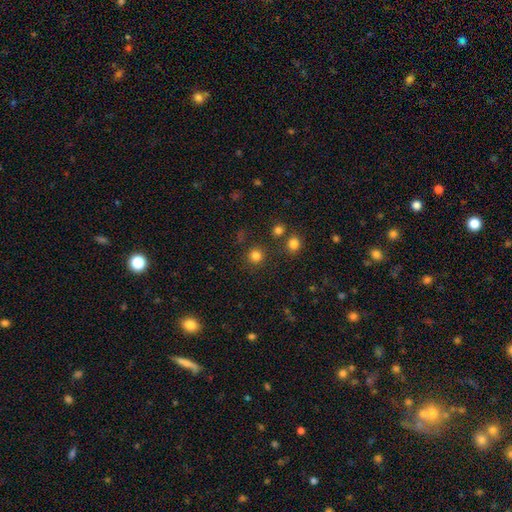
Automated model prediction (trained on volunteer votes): smooth-or-featured: smooth: 81% | star or artifact: 14% | featured or disk: 4%
  how-rounded: round: 94% | in between: 5% | cigar-shaped: 1%
  merging: none: 87% | minor disturbance: 6% | merger: 4% | major disturbance: 3%